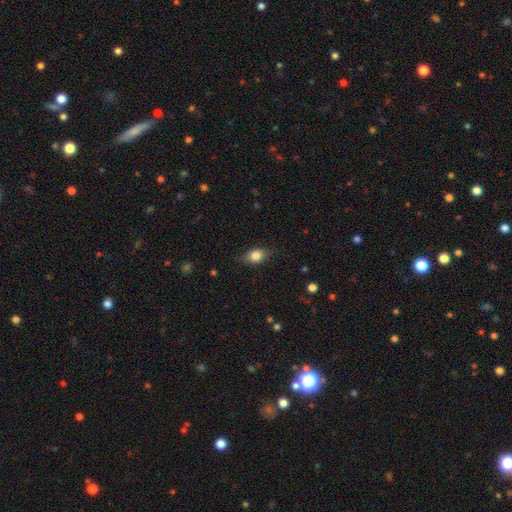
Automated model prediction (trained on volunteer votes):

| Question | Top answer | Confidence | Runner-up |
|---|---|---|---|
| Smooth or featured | smooth | 78% | featured or disk (13%) |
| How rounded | in between | 66% | round (30%) |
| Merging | none | 76% | minor disturbance (19%) |